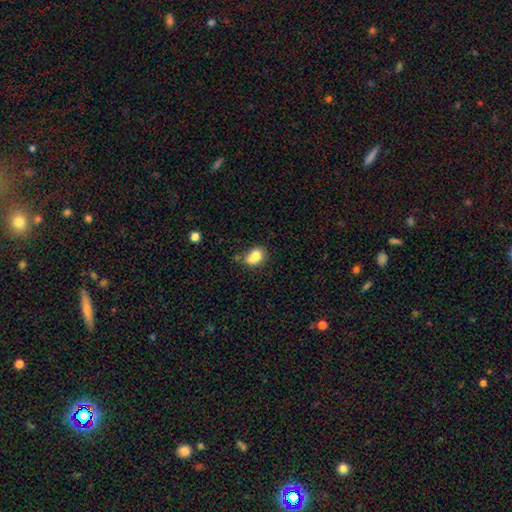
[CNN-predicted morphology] Q: Smooth or featured?
A: smooth (76%); runner-up: featured or disk (14%)
Q: How rounded?
A: in between (55%); runner-up: round (44%)
Q: Merging?
A: none (42%); runner-up: merger (28%)